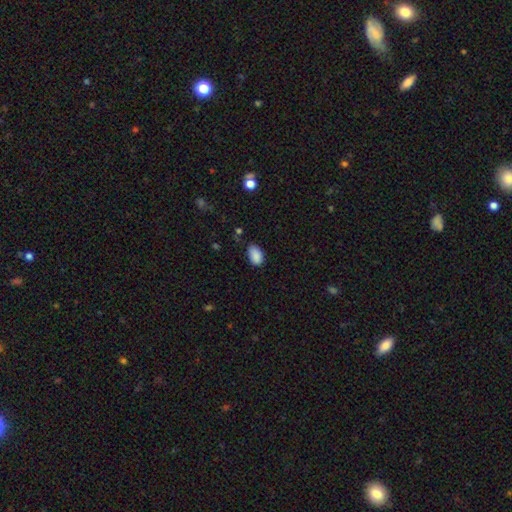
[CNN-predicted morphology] smooth_or_featured: smooth (p=0.88) [alt: star or artifact p=0.08]
how_rounded: in between (p=0.91) [alt: round p=0.08]
merging: none (p=0.71) [alt: minor disturbance p=0.23]